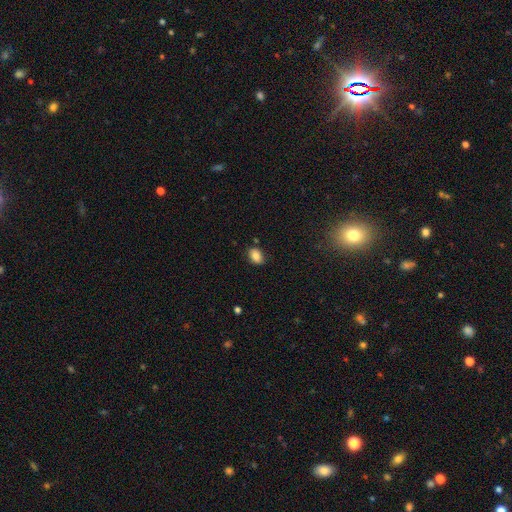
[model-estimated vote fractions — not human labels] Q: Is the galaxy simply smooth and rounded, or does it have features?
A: smooth — 85%.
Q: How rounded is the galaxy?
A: in between — 77%.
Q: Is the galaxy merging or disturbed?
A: none — 82%.